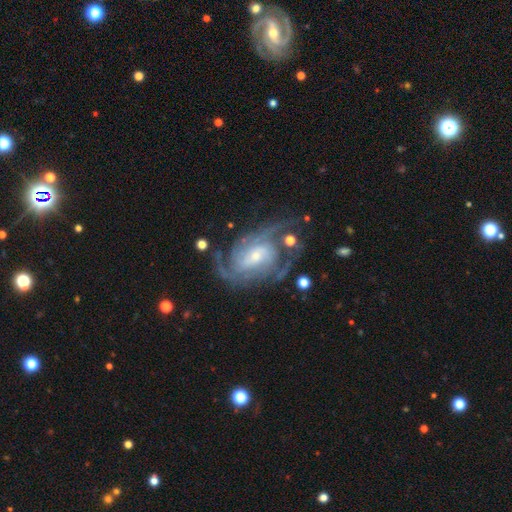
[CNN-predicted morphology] Smooth or featured: featured or disk — 89% (smooth — 6%)
Edge-on disk: no — 97% (yes — 3%)
Bar: no — 44% (weak — 41%)
Spiral arms: yes — 97% (no — 3%)
Spiral winding: tight — 45% (medium — 44%)
Spiral arm count: 2 — 31% (3 — 26%)
Bulge size: small — 58% (moderate — 33%)
Merging: none — 62% (minor disturbance — 18%)